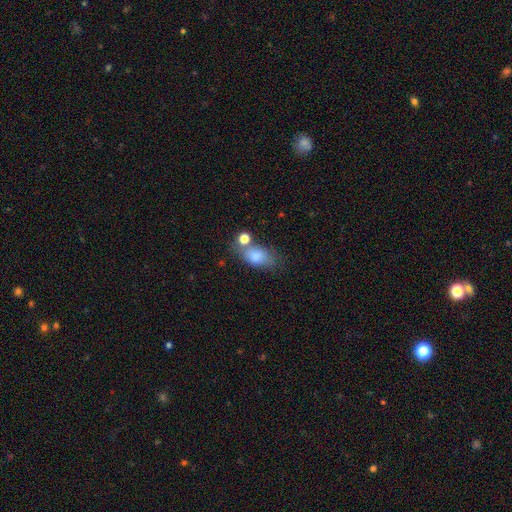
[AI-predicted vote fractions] This is likely a smooth galaxy (80%). How rounded: clearly in between (83%). Merging: possibly none (50%).